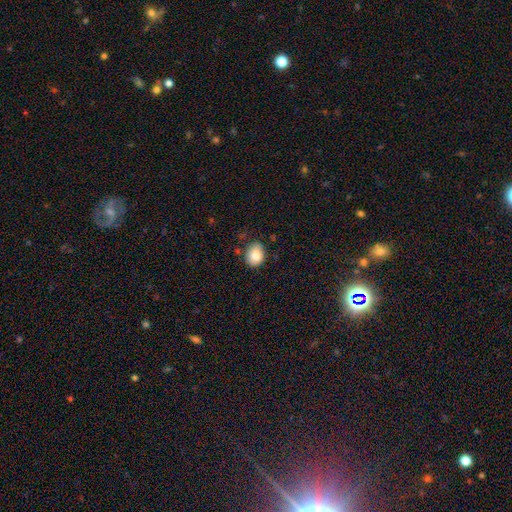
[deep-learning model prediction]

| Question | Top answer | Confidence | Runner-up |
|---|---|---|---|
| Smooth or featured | smooth | 81% | featured or disk (10%) |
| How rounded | in between | 50% | round (49%) |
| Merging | none | 76% | minor disturbance (18%) |